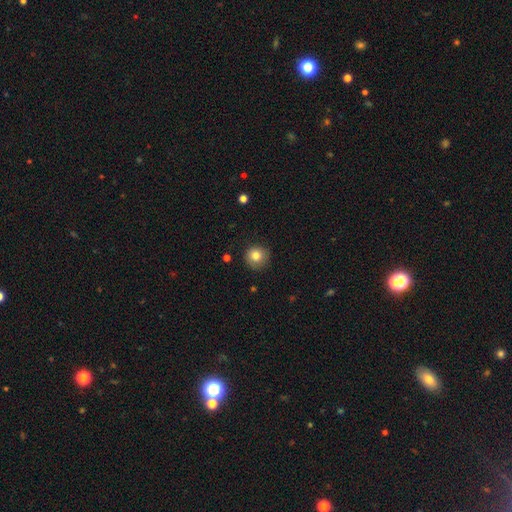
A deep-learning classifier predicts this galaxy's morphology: Smooth or featured? smooth (81%)
How rounded? round (93%)
Merging? none (84%)